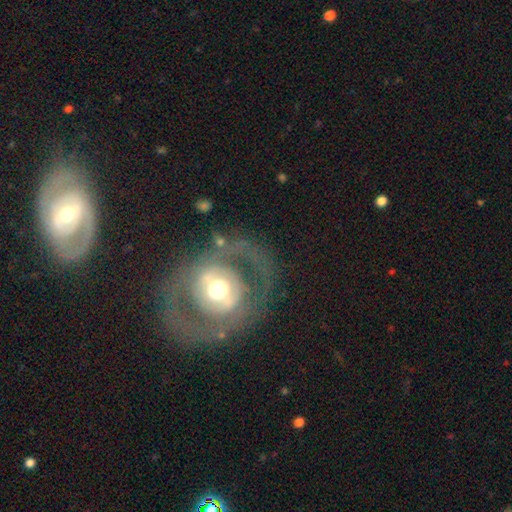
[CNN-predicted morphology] Smooth or featured? Predicted: featured or disk (p=0.69). Edge-on disk? Predicted: no (p=0.94). Bar? Predicted: no (p=0.52). Spiral arms? Predicted: no (p=0.54). Bulge size? Predicted: moderate (p=0.62). Merging? Predicted: none (p=0.71).